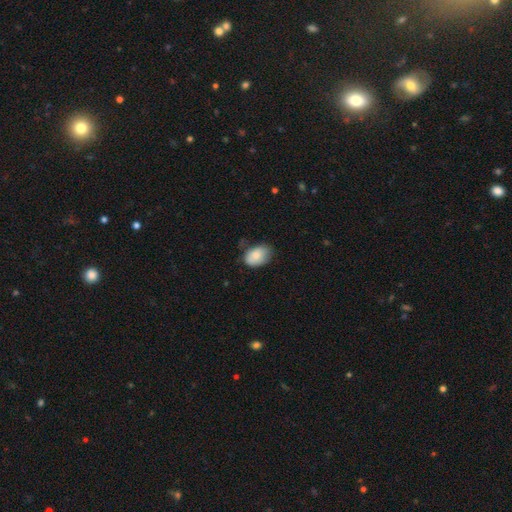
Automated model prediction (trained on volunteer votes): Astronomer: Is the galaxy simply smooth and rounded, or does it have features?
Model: smooth — 79%.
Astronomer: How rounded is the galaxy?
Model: in between — 84%.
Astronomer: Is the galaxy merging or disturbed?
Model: none — 61%.